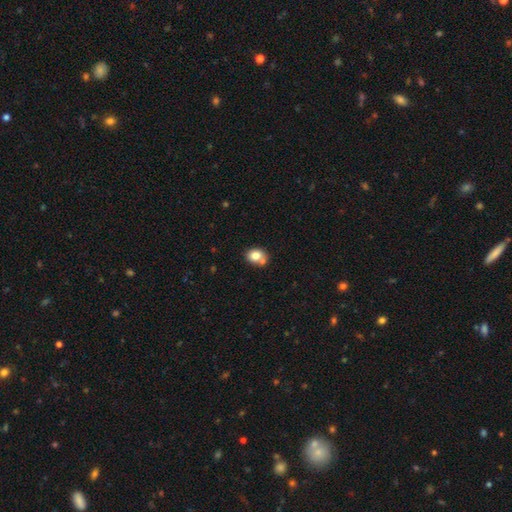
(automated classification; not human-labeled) smooth_or_featured: smooth (p=0.79) [alt: featured or disk p=0.12]
how_rounded: in between (p=0.54) [alt: round p=0.45]
merging: none (p=0.54) [alt: merger p=0.24]